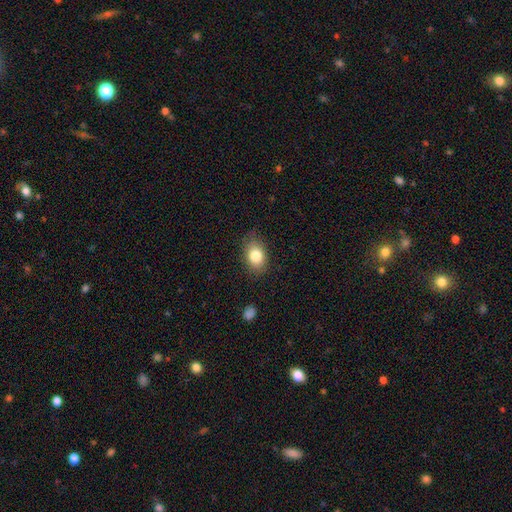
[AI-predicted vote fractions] A smooth galaxy with no disk features (81%) that is in between round and cigar-shaped (74%).

Vote fractions:
- Smooth or featured? smooth: 81% / featured or disk: 10% / star or artifact: 9%
- How rounded? in between: 74% / round: 25% / cigar-shaped: 1%
- Merging? none: 79% / minor disturbance: 16% / major disturbance: 4% / merger: 1%